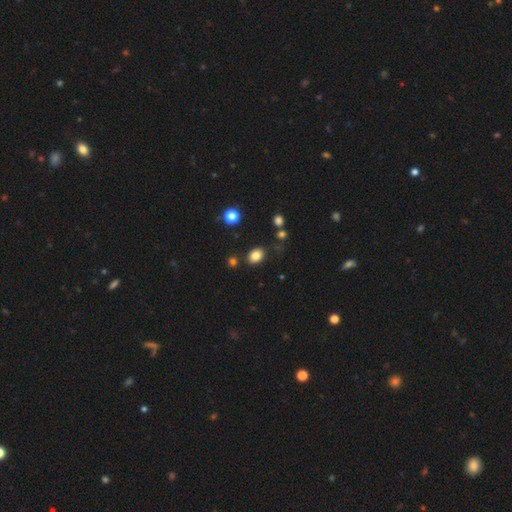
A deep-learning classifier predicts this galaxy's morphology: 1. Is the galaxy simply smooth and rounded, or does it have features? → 82% smooth, 11% star or artifact, 6% featured or disk.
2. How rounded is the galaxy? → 61% in between, 38% round, 1% cigar-shaped.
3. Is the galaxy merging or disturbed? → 81% none, 12% minor disturbance, 4% merger, 3% major disturbance.